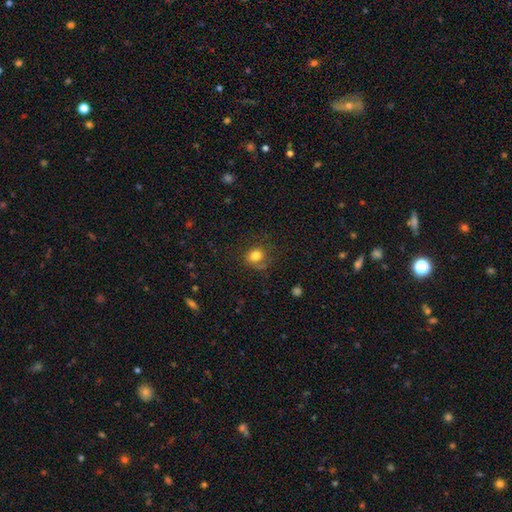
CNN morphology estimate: smooth 80%, star or artifact 11%, featured or disk 9%. Down the decision tree: how rounded — round (58%); merging — none (68%).